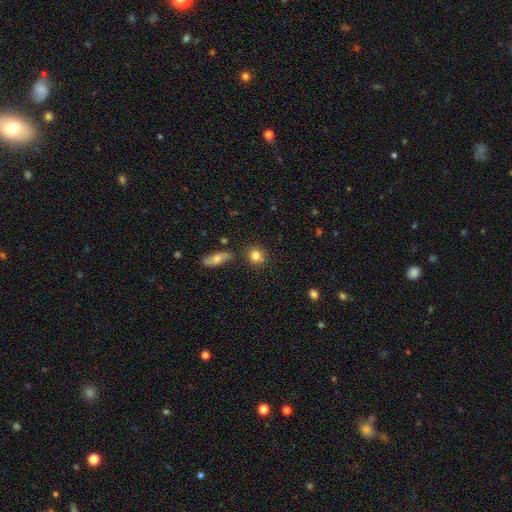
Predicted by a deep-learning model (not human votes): Overall: smooth (83%). How rounded: round (78%). Merging: none (82%).